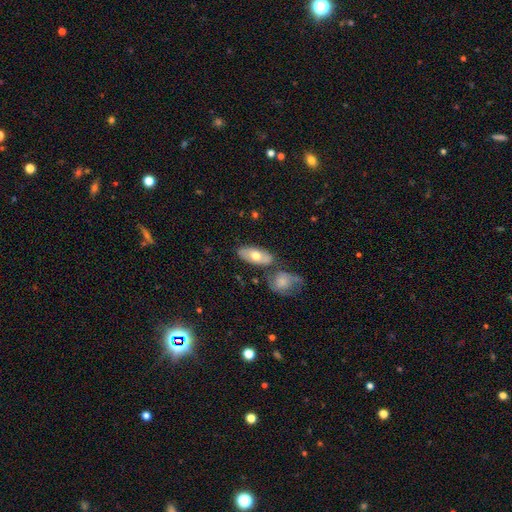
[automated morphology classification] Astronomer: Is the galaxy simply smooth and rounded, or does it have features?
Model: smooth — 65%.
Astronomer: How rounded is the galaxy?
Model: in between — 88%.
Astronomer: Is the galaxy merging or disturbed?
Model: none — 64%.